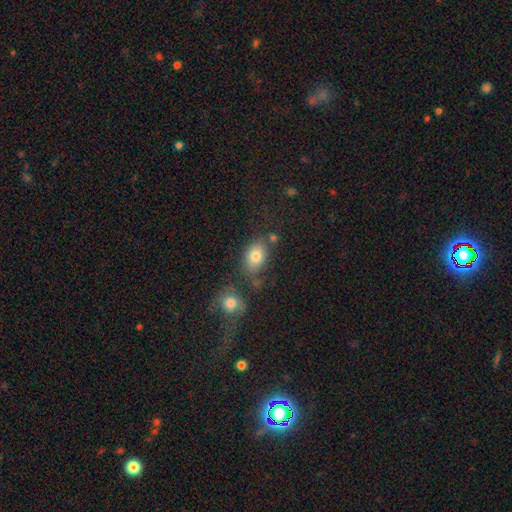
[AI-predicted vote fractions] This appears to be a smooth galaxy with no disk features (79%) that is in between round and cigar-shaped (77%). Merging: none (63%).